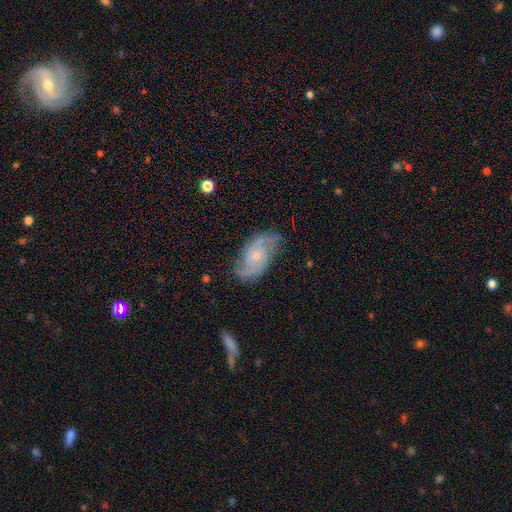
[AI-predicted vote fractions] A featured or disk galaxy (82%) with no bar (68%), 2 (78%) medium (48%) spiral arms (95%) and a small central bulge (64%).

Vote fractions:
- Smooth or featured? featured or disk: 82% / smooth: 12% / star or artifact: 6%
- Edge-on disk? no: 96% / yes: 4%
- Bar? no: 68% / weak: 27% / strong: 5%
- Spiral arms? yes: 95% / no: 5%
- Spiral winding? medium: 48% / tight: 30% / loose: 22%
- Spiral arm count? 2: 78% / can't tell: 9% / 3: 7% / 1: 2% / 4: 2% / more than 4: 2%
- Bulge size? small: 64% / moderate: 30% / none: 4% / large: 2% / dominant: 1%
- Merging? none: 75% / minor disturbance: 18% / major disturbance: 6% / merger: 1%